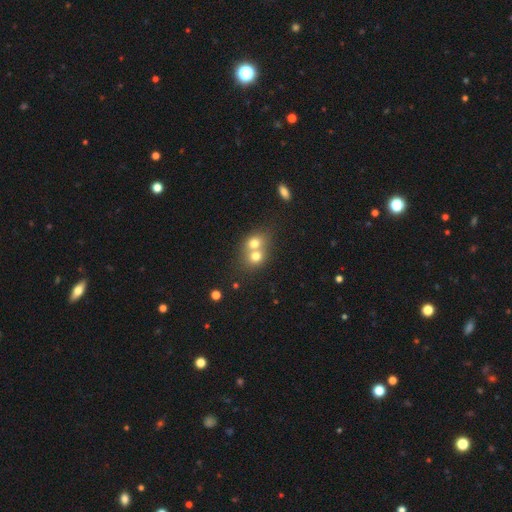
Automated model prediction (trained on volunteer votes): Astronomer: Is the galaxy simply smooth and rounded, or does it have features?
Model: smooth — 71%.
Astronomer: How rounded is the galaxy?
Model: round — 64%.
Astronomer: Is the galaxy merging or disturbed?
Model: merger — 69%.